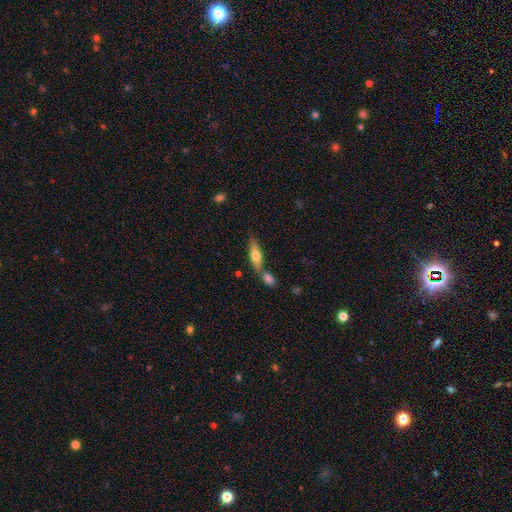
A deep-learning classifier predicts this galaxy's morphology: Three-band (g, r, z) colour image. It shows a smooth galaxy with no disk features (56%) that is cigar-shaped (60%). Merging: none (57%).